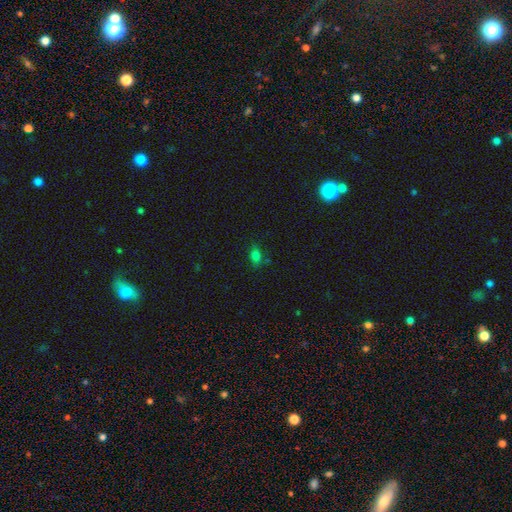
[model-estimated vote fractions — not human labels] This is likely a smooth galaxy (74%). How rounded: likely in between (77%). Merging: likely none (72%).